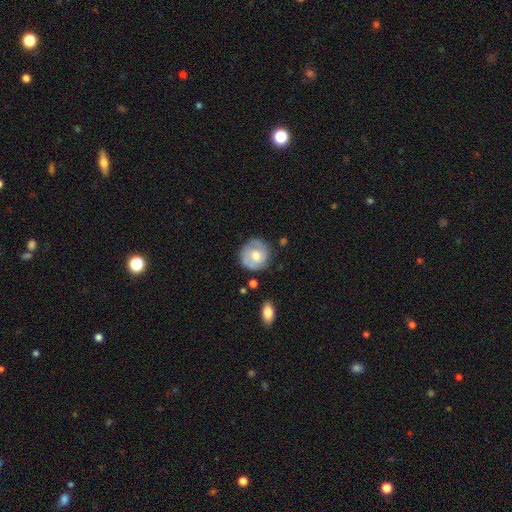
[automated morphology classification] smooth_or_featured: smooth (p=0.51) [alt: featured or disk p=0.43]
how_rounded: round (p=0.89) [alt: in between p=0.10]
merging: none (p=0.75) [alt: minor disturbance p=0.18]